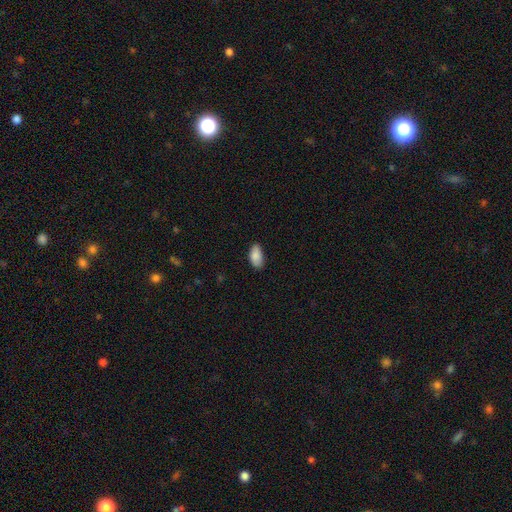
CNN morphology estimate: This is clearly a smooth galaxy (88%). How rounded: clearly in between (94%). Merging: clearly none (80%).